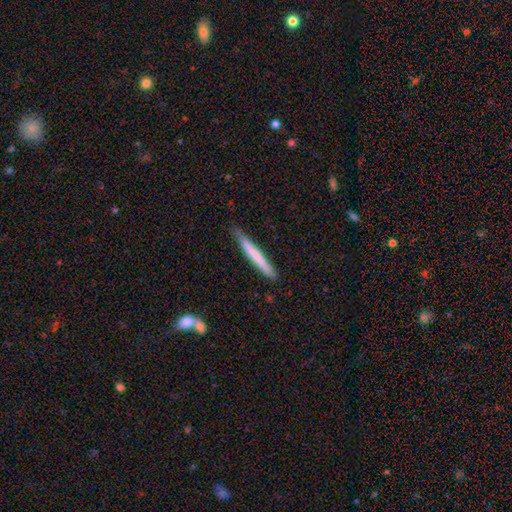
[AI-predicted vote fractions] A smooth galaxy with no disk features (65%) that is cigar-shaped (97%). Merging: none (81%).